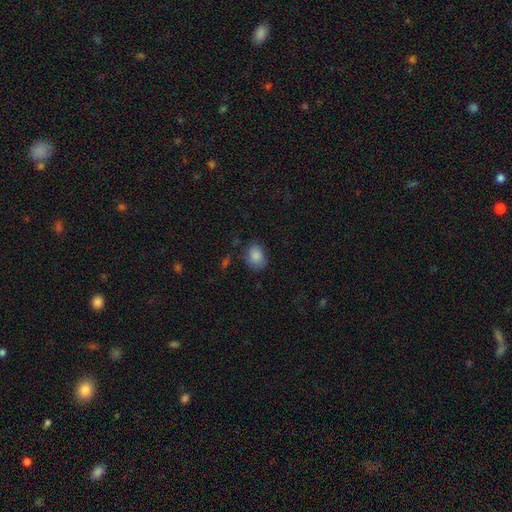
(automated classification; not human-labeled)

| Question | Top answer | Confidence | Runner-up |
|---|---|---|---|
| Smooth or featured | smooth | 86% | star or artifact (8%) |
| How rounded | in between | 66% | round (33%) |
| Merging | none | 71% | minor disturbance (21%) |